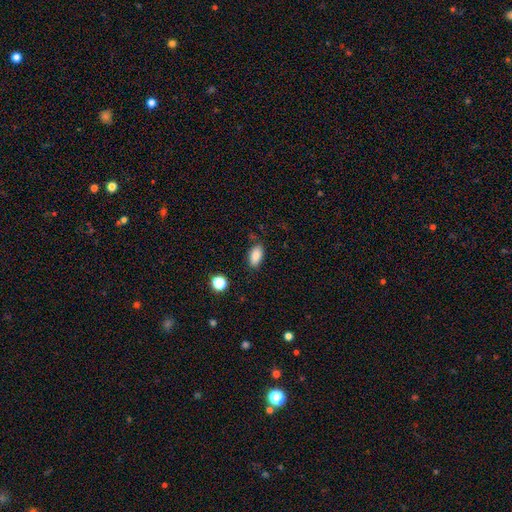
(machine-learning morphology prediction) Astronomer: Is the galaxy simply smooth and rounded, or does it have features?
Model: smooth — 85%.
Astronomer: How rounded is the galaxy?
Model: in between — 89%.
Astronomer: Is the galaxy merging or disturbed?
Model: none — 83%.